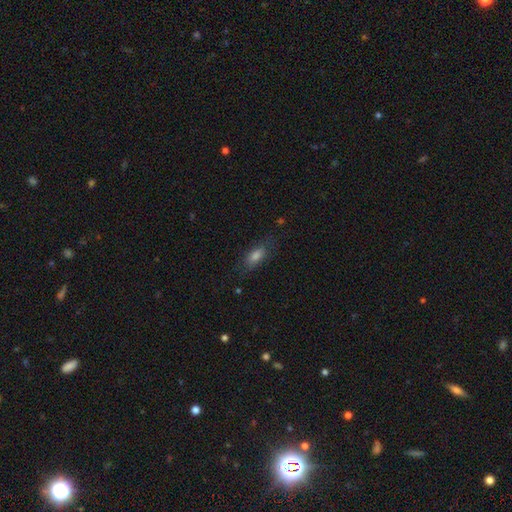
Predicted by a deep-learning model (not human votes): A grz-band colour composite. It shows a smooth galaxy with no disk features (69%) that is in between round and cigar-shaped (70%). Merging: none (77%).